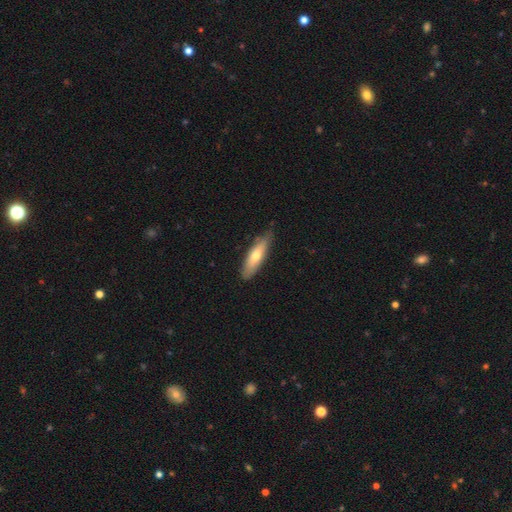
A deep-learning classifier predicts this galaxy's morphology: Overall: smooth (62%; featured or disk 32%). How rounded: cigar-shaped (59%; in between 39%). Merging: none (77%).